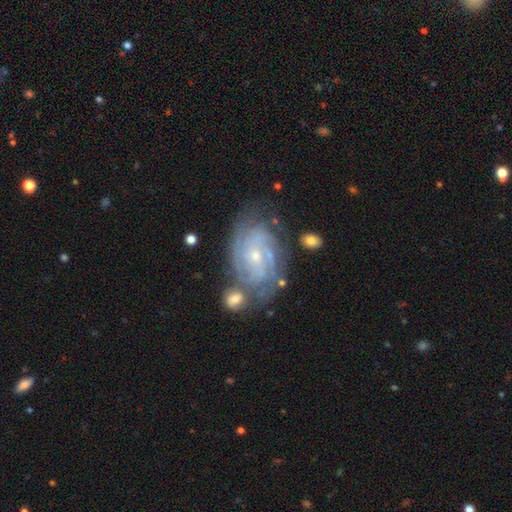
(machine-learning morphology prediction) Q: Smooth or featured?
A: featured or disk (85%); runner-up: smooth (9%)
Q: Edge-on disk?
A: no (97%); runner-up: yes (3%)
Q: Bar?
A: no (67%); runner-up: weak (27%)
Q: Spiral arms?
A: yes (95%); runner-up: no (5%)
Q: Spiral winding?
A: tight (70%); runner-up: medium (25%)
Q: Spiral arm count?
A: can't tell (34%); runner-up: 3 (20%)
Q: Bulge size?
A: small (70%); runner-up: moderate (26%)
Q: Merging?
A: none (62%); runner-up: minor disturbance (19%)